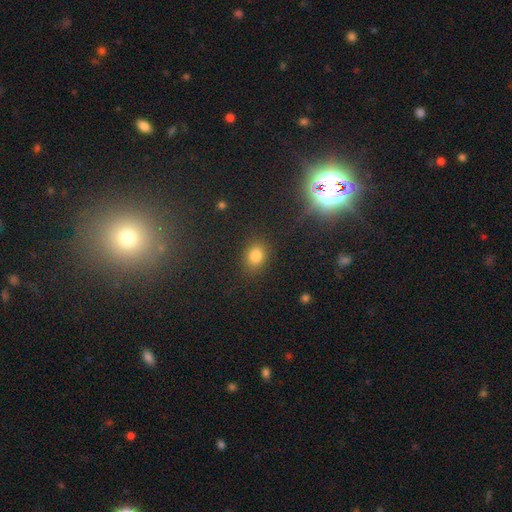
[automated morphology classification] A smooth galaxy with no disk features (78%) that is round (54%).

Vote fractions:
- Smooth or featured? smooth: 78% / star or artifact: 16% / featured or disk: 7%
- How rounded? round: 54% / in between: 44% / cigar-shaped: 2%
- Merging? none: 83% / minor disturbance: 11% / major disturbance: 4% / merger: 2%